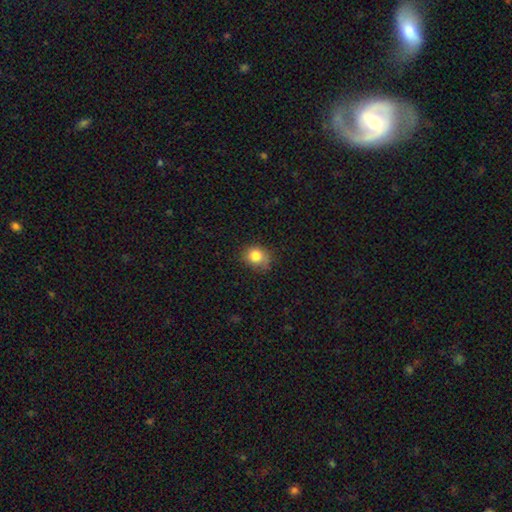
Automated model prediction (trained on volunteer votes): The model was most divided on "how rounded": round: 64%, in between: 35%, cigar-shaped: 1%. More confident: smooth or featured — smooth (82%); merging — none (67%).